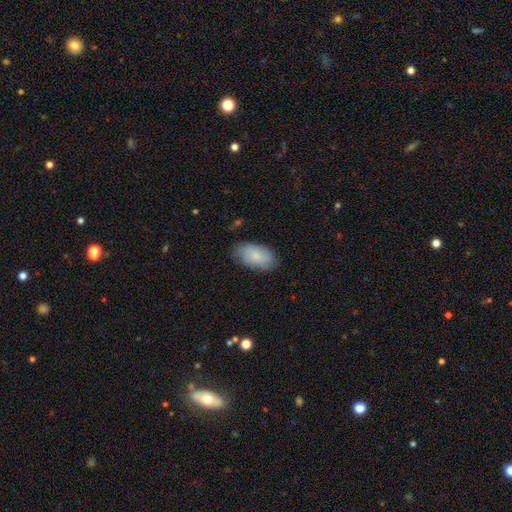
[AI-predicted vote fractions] A smooth galaxy with no disk features (78%) that is in between round and cigar-shaped (94%).

Vote fractions:
- Smooth or featured? smooth: 78% / featured or disk: 16% / star or artifact: 6%
- How rounded? in between: 94% / round: 4% / cigar-shaped: 2%
- Merging? none: 75% / minor disturbance: 19% / major disturbance: 4% / merger: 1%